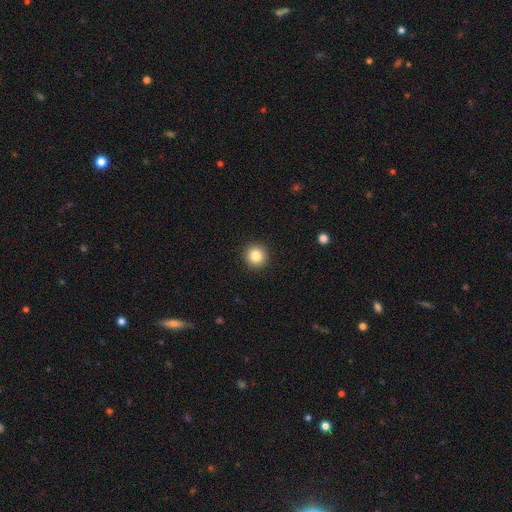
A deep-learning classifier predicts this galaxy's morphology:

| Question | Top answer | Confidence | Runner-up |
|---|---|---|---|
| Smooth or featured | smooth | 84% | star or artifact (10%) |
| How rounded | round | 95% | in between (4%) |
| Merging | none | 93% | minor disturbance (5%) |